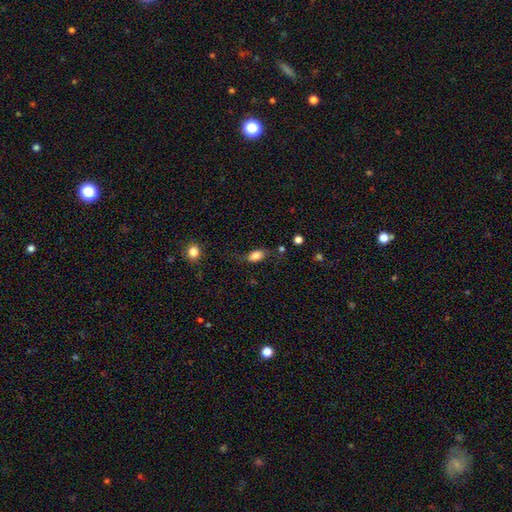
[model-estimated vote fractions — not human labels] This is clearly a smooth galaxy (82%). How rounded: clearly in between (86%). Merging: likely none (69%).